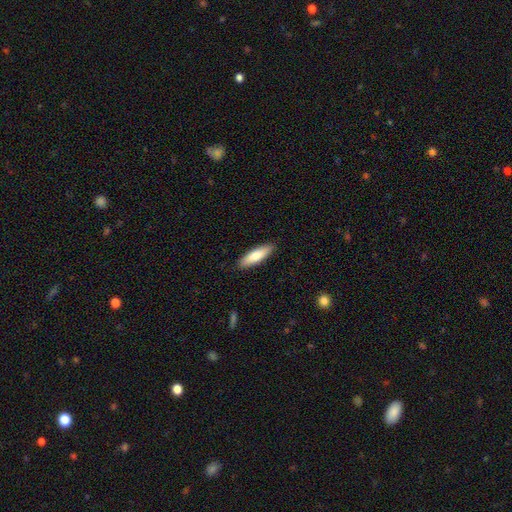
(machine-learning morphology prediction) Overall: smooth (77%). How rounded: cigar-shaped (58%; in between 41%). Merging: none (89%).